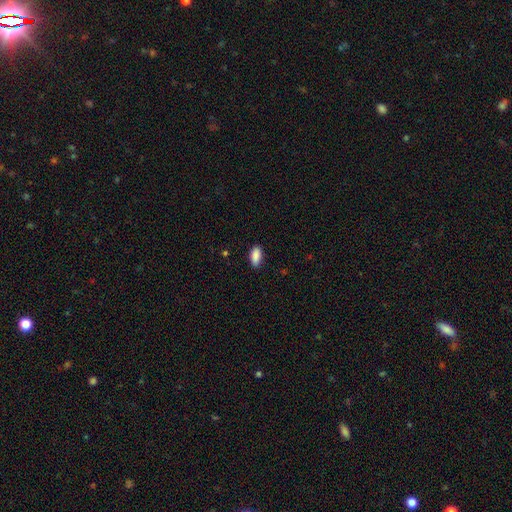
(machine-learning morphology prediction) Smooth or featured? smooth (90%)
How rounded? in between (89%)
Merging? none (86%)